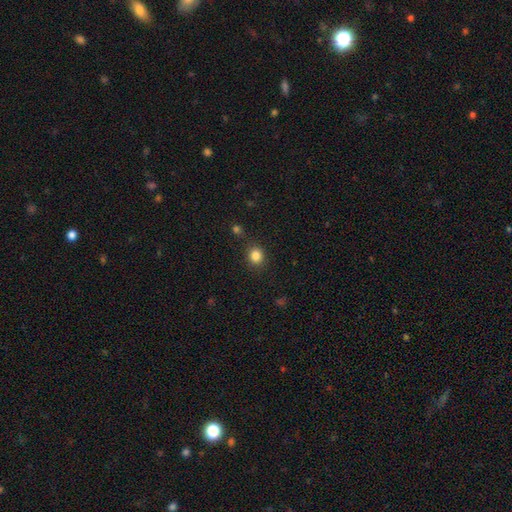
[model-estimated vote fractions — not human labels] Q: Smooth or featured?
A: smooth (84%); runner-up: star or artifact (12%)
Q: How rounded?
A: round (80%); runner-up: in between (19%)
Q: Merging?
A: none (85%); runner-up: minor disturbance (9%)